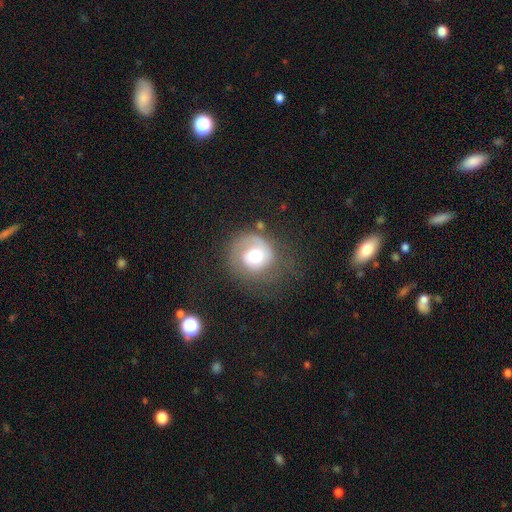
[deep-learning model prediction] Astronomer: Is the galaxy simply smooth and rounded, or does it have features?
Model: featured or disk — 68%.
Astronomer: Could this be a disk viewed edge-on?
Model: no — 98%.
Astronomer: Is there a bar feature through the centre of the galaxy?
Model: no — 70%.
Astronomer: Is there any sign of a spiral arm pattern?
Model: yes — 87%.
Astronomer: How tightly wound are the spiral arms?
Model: tight — 50% (runner-up: medium, 33%).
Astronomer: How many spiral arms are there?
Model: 1 — 70%.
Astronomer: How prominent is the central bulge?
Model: moderate — 59%.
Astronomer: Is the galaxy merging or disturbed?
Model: none — 58%.